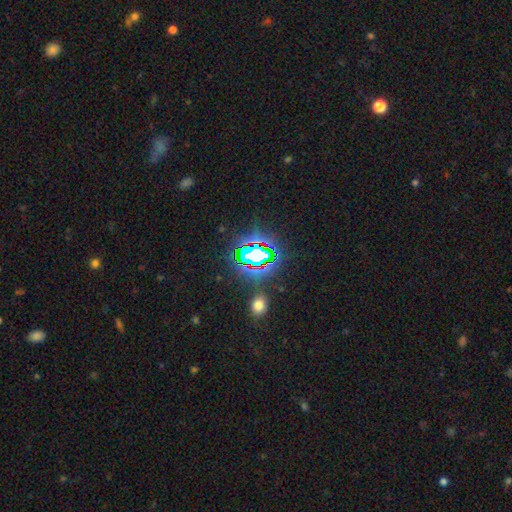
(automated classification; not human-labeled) star or artifact 73%, smooth 16%, featured or disk 11%.